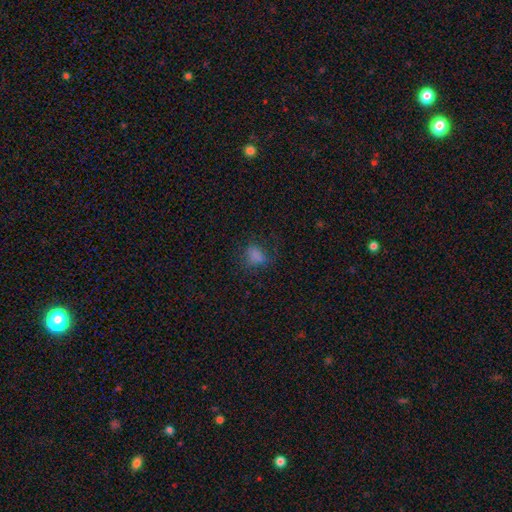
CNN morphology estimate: type=smooth (74%); roundness=in between (60%); merging=none (62%).